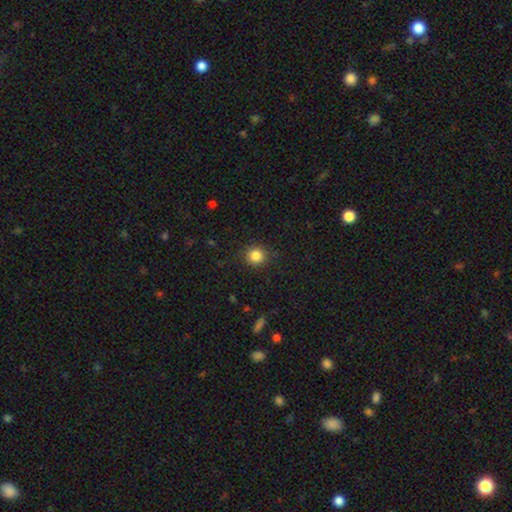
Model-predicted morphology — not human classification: smooth-or-featured: smooth: 84% | star or artifact: 11% | featured or disk: 5%
  how-rounded: round: 91% | in between: 8% | cigar-shaped: 1%
  merging: none: 89% | minor disturbance: 8% | major disturbance: 3% | merger: 1%